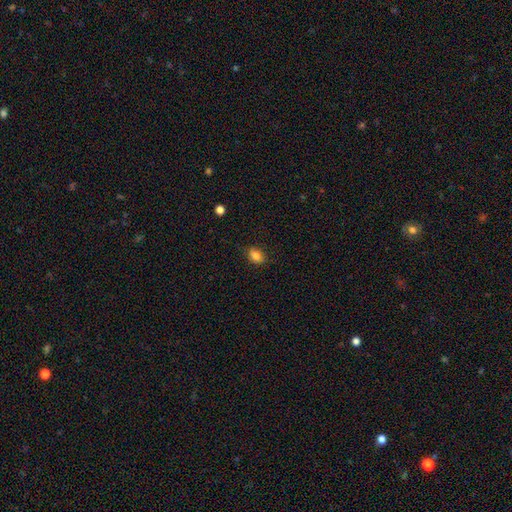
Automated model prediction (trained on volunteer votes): Smooth or featured? smooth (84%)
How rounded? in between (79%)
Merging? none (78%)